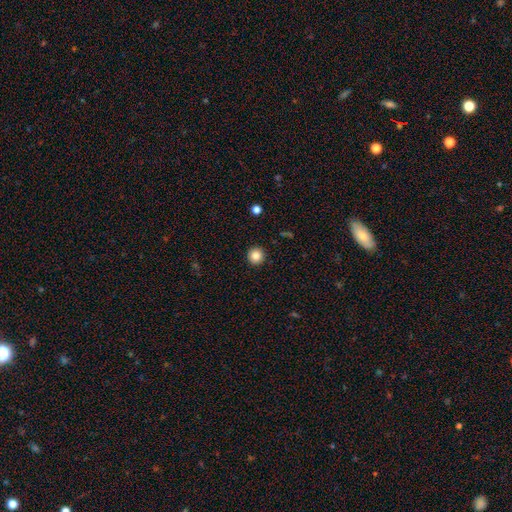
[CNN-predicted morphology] Smooth or featured? Predicted: smooth (p=0.85). How rounded? Predicted: round (p=0.95). Merging? Predicted: none (p=0.93).